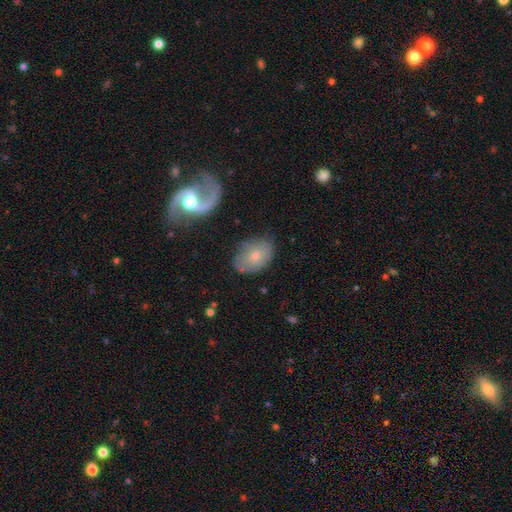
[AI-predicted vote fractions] Smooth or featured? smooth (62%)
How rounded? in between (81%)
Merging? none (70%)